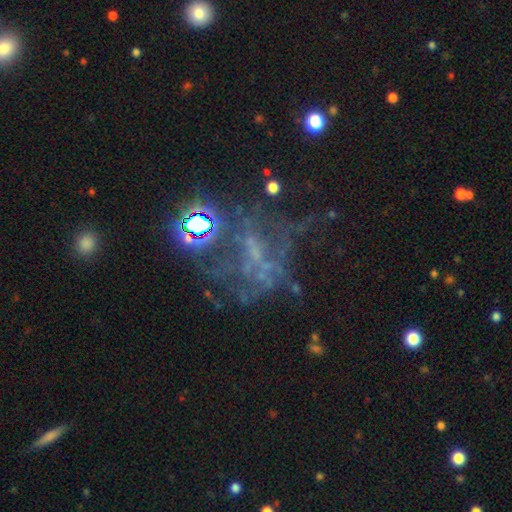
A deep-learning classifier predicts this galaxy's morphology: Q: Smooth or featured?
A: featured or disk (46%); runner-up: star or artifact (39%)
Q: Merging?
A: none (38%); tied with: major disturbance (38%)